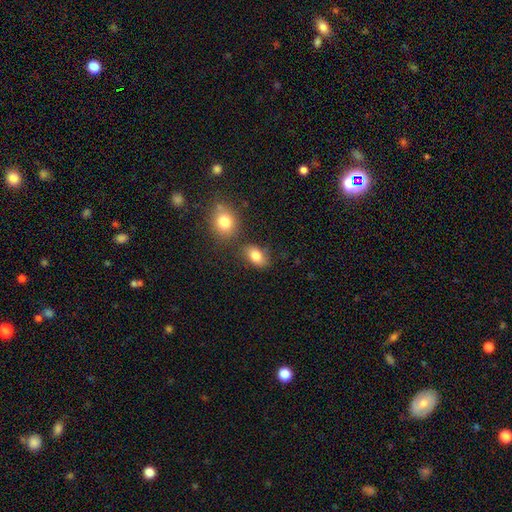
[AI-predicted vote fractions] Smooth or featured? smooth (82%)
How rounded? in between (84%)
Merging? none (71%)